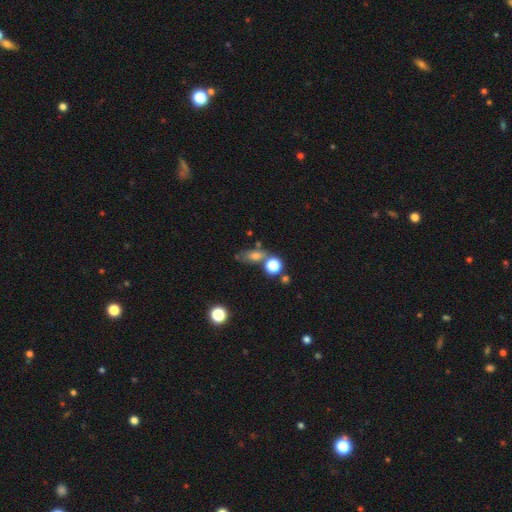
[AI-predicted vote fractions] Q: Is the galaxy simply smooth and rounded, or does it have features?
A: smooth — 65%.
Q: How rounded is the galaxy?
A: in between — 64%.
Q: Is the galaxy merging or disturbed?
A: none — 50%.